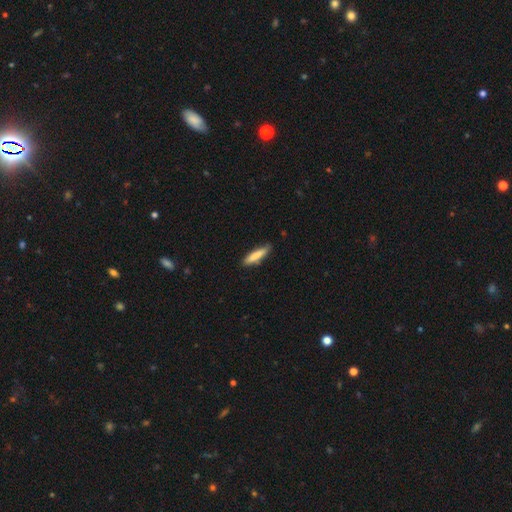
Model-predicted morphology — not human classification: This is clearly a smooth galaxy (82%). How rounded: clearly cigar-shaped (82%). Merging: clearly none (81%).